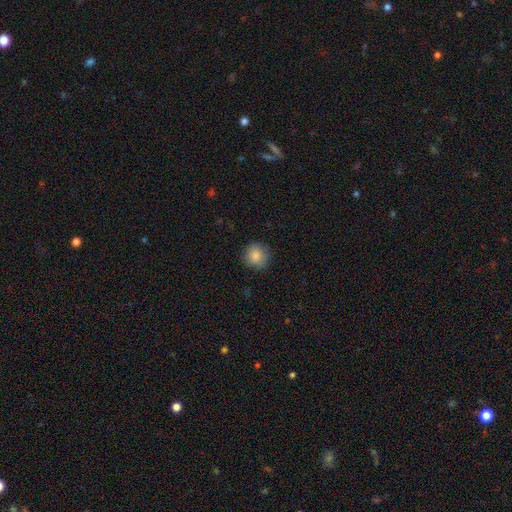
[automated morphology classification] Overall: smooth (85%). How rounded: round (91%). Merging: none (87%).